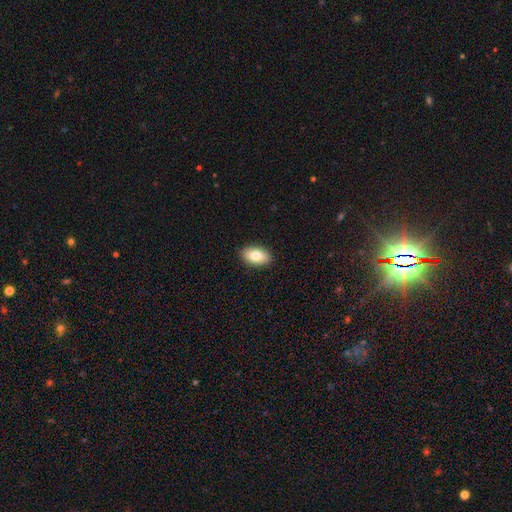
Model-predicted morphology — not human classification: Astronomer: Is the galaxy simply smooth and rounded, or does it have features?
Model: smooth — 81%.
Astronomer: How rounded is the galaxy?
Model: in between — 92%.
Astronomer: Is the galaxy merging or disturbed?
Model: none — 90%.